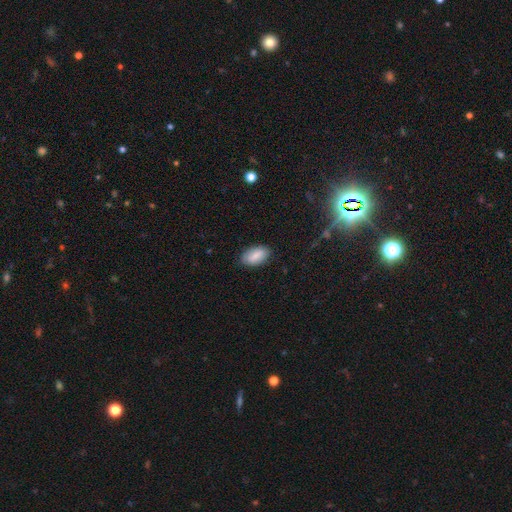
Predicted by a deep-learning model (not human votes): This appears to be a smooth galaxy with no disk features (83%) that is in between round and cigar-shaped (94%). Merging: none (85%).